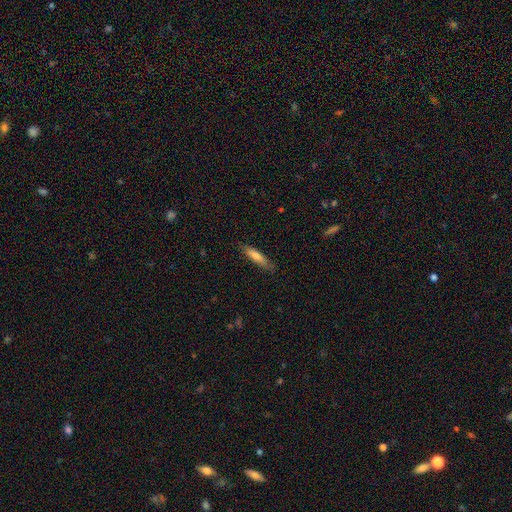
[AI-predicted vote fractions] Smooth or featured: smooth — 69% (featured or disk — 25%)
How rounded: cigar-shaped — 81% (in between — 17%)
Merging: none — 81% (minor disturbance — 15%)